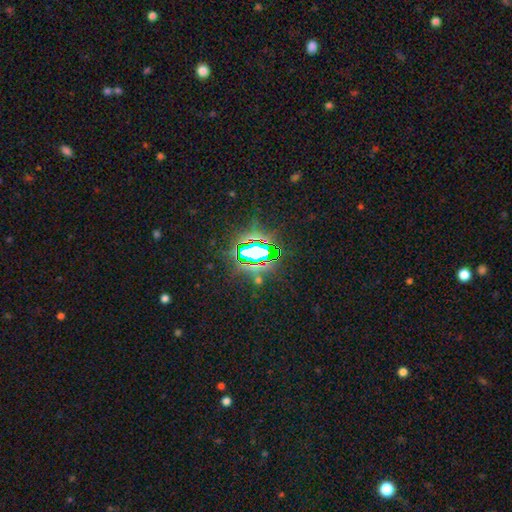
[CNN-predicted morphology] smooth-or-featured: star or artifact: 76% | smooth: 13% | featured or disk: 11%